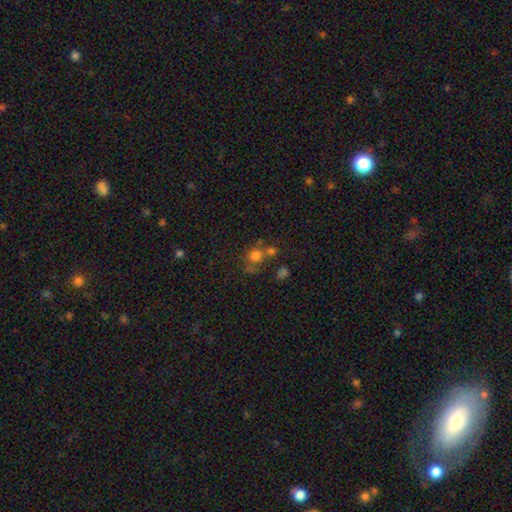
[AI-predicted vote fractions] This is likely a smooth galaxy (71%). How rounded: clearly round (80%). Merging: possibly none (49%).